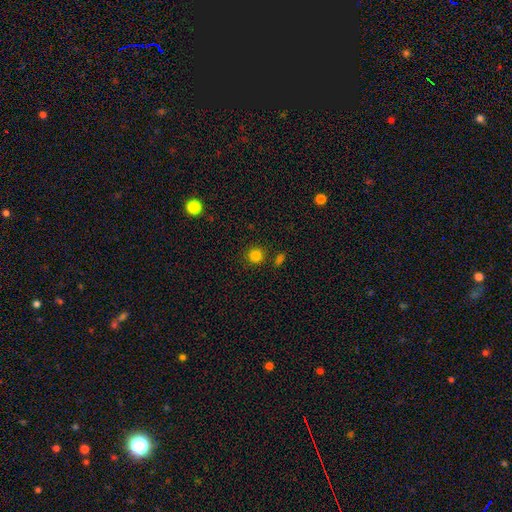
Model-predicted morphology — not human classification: Smooth or featured? Predicted: smooth (p=0.82). How rounded? Predicted: round (p=0.91). Merging? Predicted: none (p=0.83).